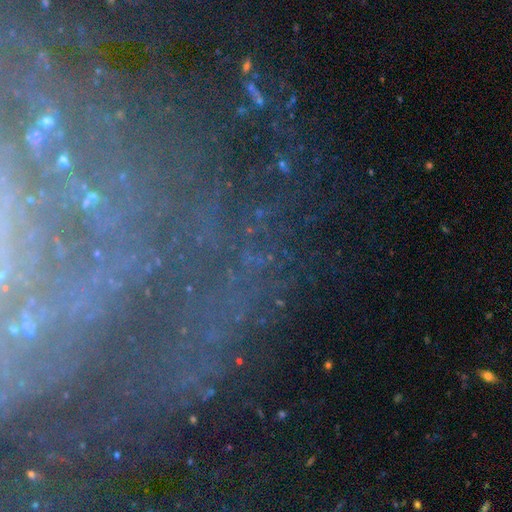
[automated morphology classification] Q: Smooth or featured?
A: featured or disk (57%); runner-up: star or artifact (28%)
Q: Edge-on disk?
A: no (90%); runner-up: yes (10%)
Q: Bar?
A: no (50%); runner-up: weak (27%)
Q: Spiral arms?
A: yes (76%); runner-up: no (24%)
Q: Bulge size?
A: small (54%); runner-up: moderate (22%)
Q: Merging?
A: none (67%); runner-up: minor disturbance (15%)